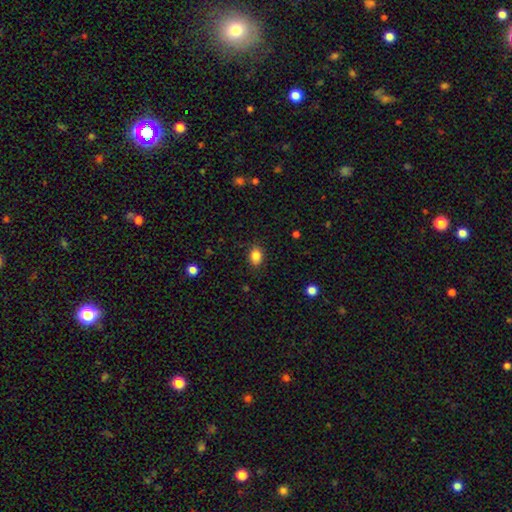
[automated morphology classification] The model was most divided on "how rounded": in between: 61%, round: 38%, cigar-shaped: 1%. More confident: smooth or featured — smooth (85%); merging — none (84%).